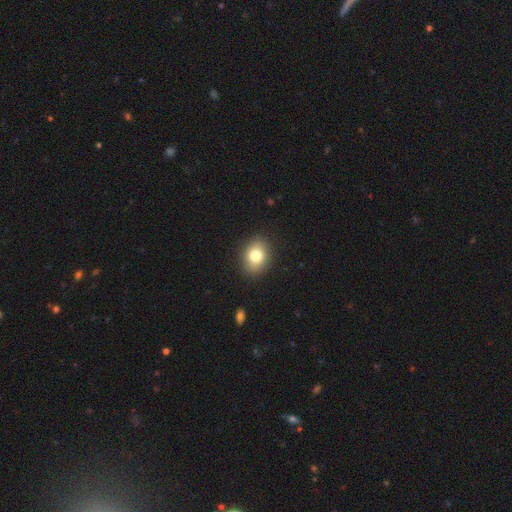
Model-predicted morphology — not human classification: Smooth or featured? Predicted: smooth (p=0.79). How rounded? Predicted: in between (p=0.61). Merging? Predicted: none (p=0.88).